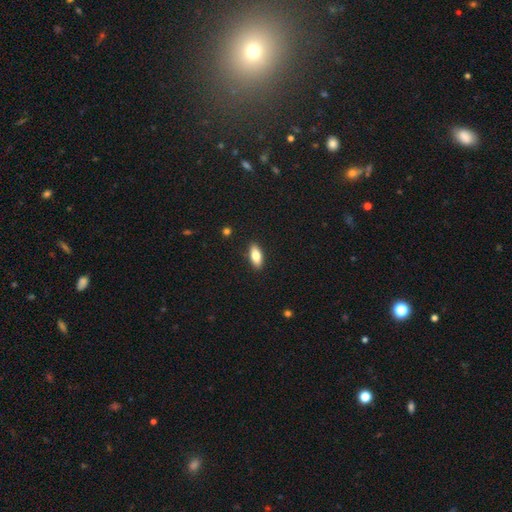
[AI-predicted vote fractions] A smooth galaxy with no disk features (77%) that is in between round and cigar-shaped (78%). Merging: none (89%).